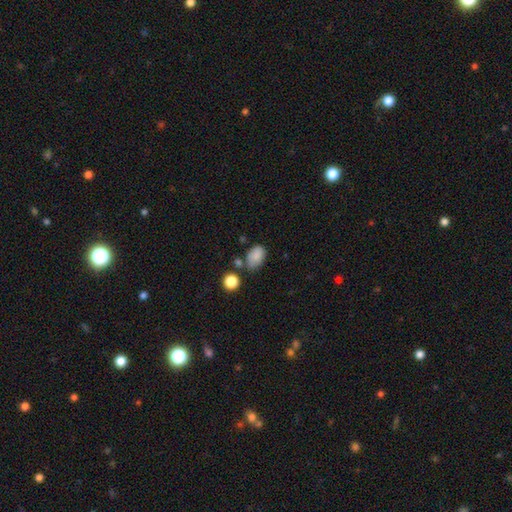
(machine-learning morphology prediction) A smooth galaxy with no disk features (83%) that is in between round and cigar-shaped (85%).

Vote fractions:
- Smooth or featured? smooth: 83% / star or artifact: 10% / featured or disk: 7%
- How rounded? in between: 85% / round: 14% / cigar-shaped: 1%
- Merging? none: 59% / minor disturbance: 25% / merger: 10% / major disturbance: 7%